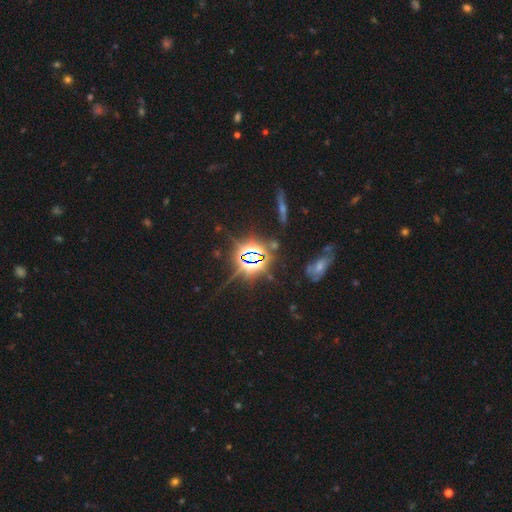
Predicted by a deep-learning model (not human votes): A star or artifact, not a galaxy (80%).